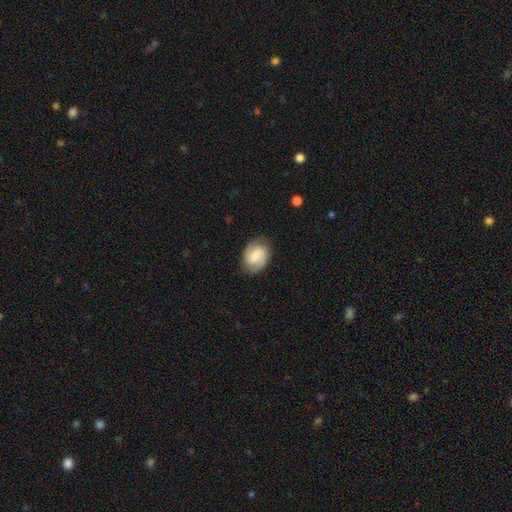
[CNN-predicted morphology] This appears to be a featured or disk galaxy (65%) with a weak bar (45%), 2 (87%) medium (47%) spiral arms (93%) and a moderate central bulge (44%). Merging: none (82%).